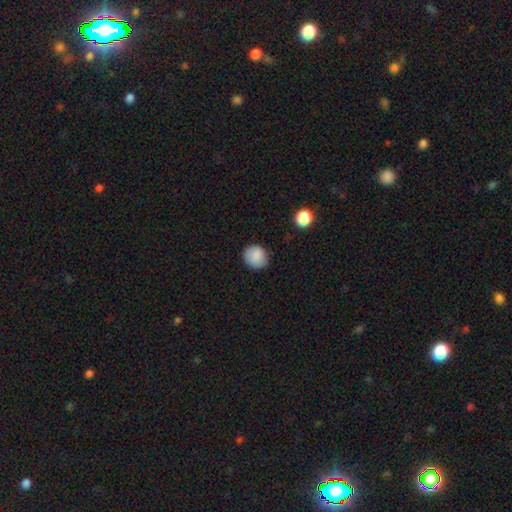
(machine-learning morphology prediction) This appears to be a smooth galaxy with no disk features (87%) that is round (80%). Merging: none (82%).